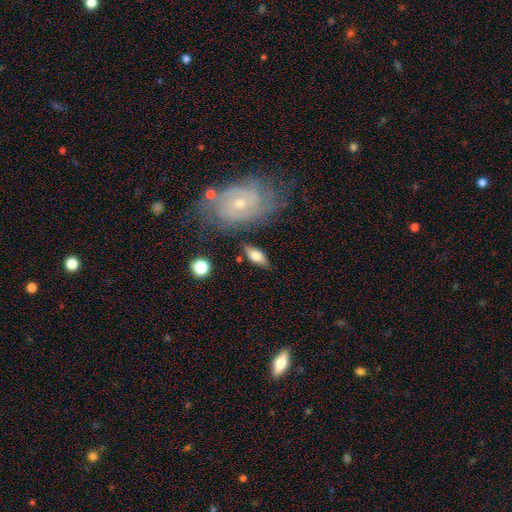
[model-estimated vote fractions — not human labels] Overall: smooth (62%; featured or disk 31%). How rounded: in between (77%). Merging: none (77%).